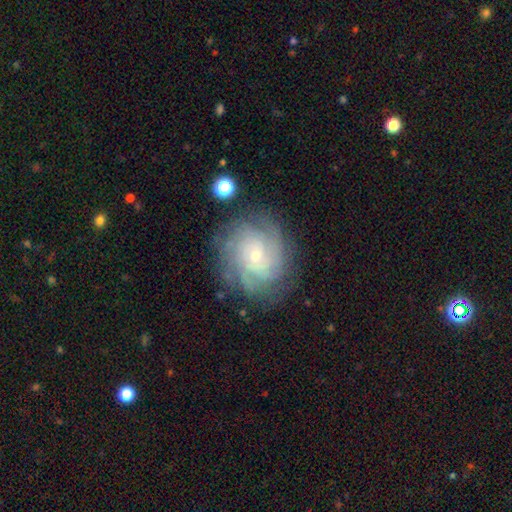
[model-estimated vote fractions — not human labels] This is clearly a featured or disk galaxy (83%). It is clearly not viewed edge-on (97%). Bar: likely no (74%). Spiral arm pattern: clearly yes (96%). Spiral arm count: marginally can't tell (30%). Spiral winding: likely tight (72%). Central bulge: likely small (71%). Merging: likely none (79%).